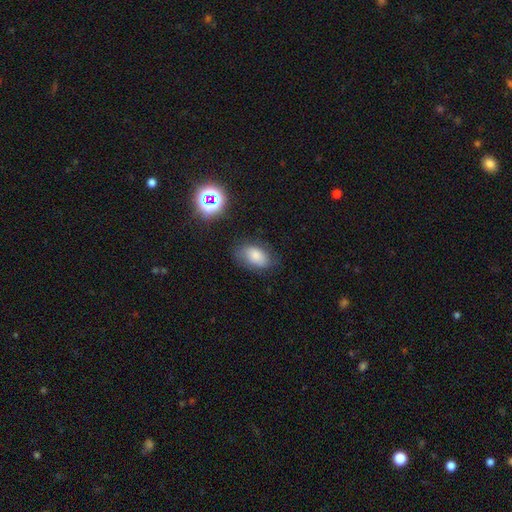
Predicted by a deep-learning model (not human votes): Morphology: type=smooth (79%); roundness=in between (89%); merging=none (69%).